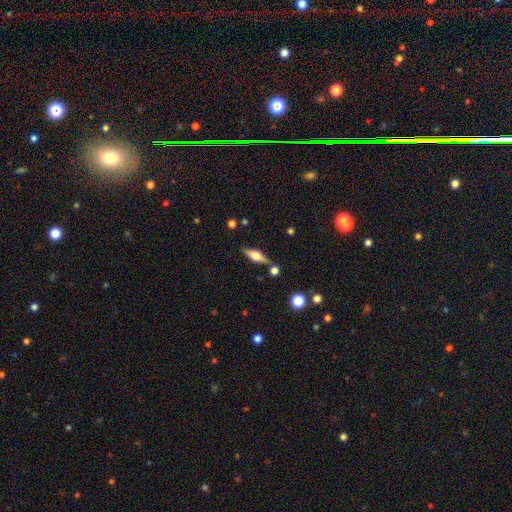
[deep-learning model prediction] This appears to be a featured or disk galaxy (58%) viewed edge-on (94%) with a rounded central bulge (87%). Merging: none (79%).